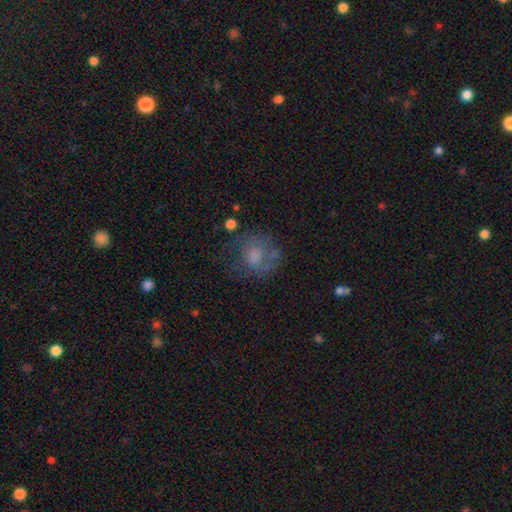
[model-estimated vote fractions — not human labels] Q: Smooth or featured?
A: smooth (55%); runner-up: featured or disk (32%)
Q: How rounded?
A: round (75%); runner-up: in between (24%)
Q: Merging?
A: none (50%); runner-up: major disturbance (23%)